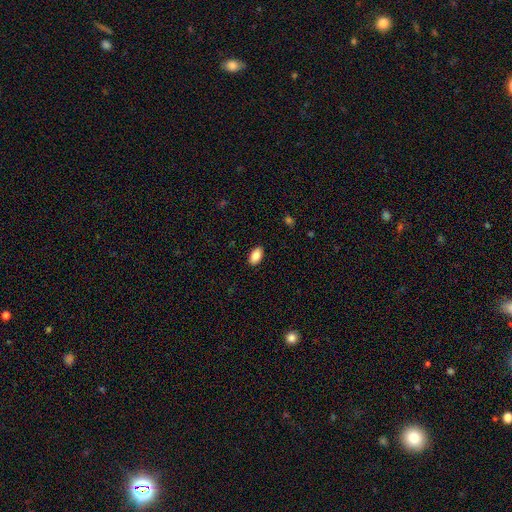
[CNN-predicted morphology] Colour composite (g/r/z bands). It shows a smooth galaxy with no disk features (87%) that is in between round and cigar-shaped (93%). Merging: none (89%).